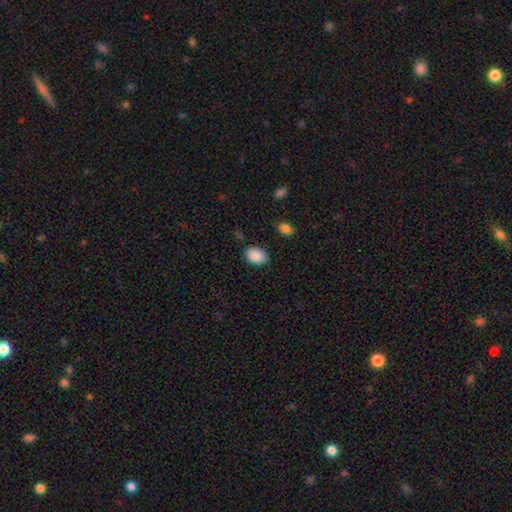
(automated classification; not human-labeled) Smooth or featured? smooth (89%)
How rounded? in between (79%)
Merging? none (79%)